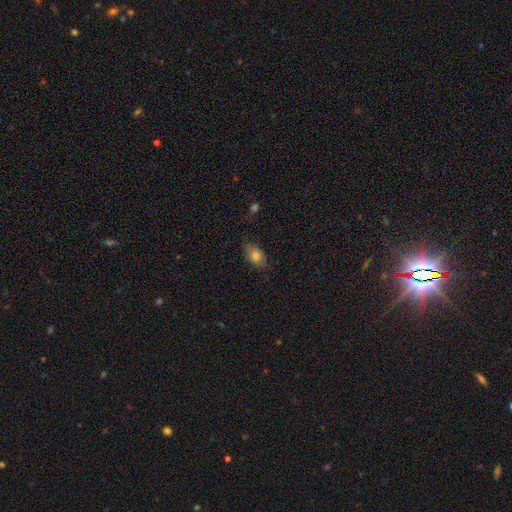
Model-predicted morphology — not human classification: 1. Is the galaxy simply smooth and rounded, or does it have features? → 77% smooth, 14% featured or disk, 9% star or artifact.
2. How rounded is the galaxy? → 87% in between, 10% round, 3% cigar-shaped.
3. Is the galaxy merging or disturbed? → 70% none, 23% minor disturbance, 6% major disturbance, 2% merger.